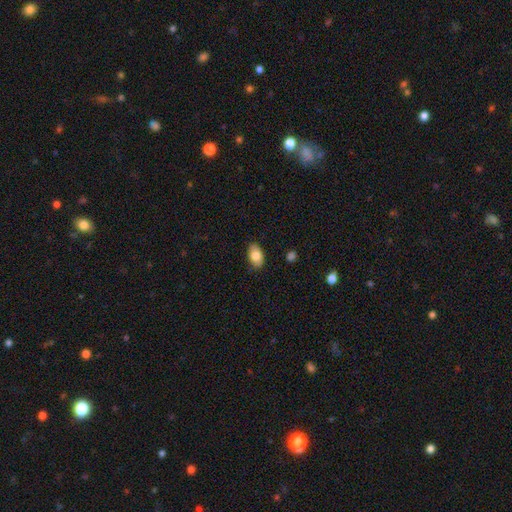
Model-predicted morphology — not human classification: The model was most divided on "smooth or featured": smooth: 81%, featured or disk: 12%, star or artifact: 7%. More confident: how rounded — in between (92%); merging — none (83%).